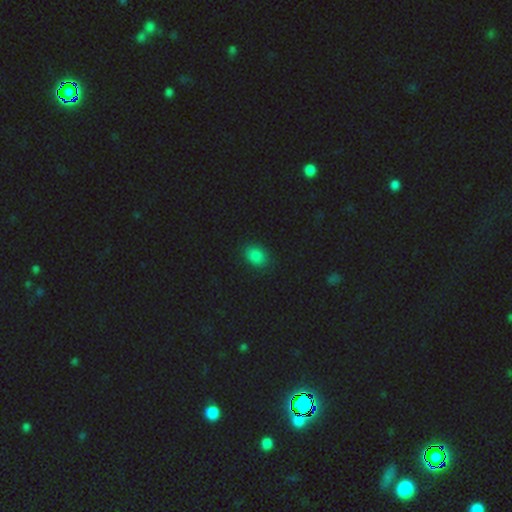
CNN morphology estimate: Q: Smooth or featured?
A: smooth (82%); runner-up: star or artifact (14%)
Q: How rounded?
A: in between (66%); runner-up: round (33%)
Q: Merging?
A: none (88%); runner-up: minor disturbance (9%)